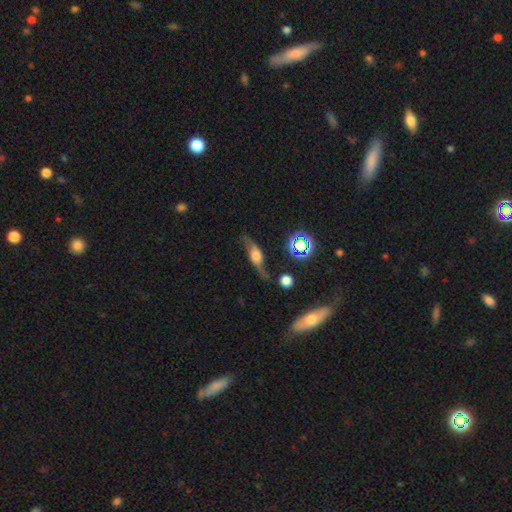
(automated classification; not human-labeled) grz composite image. It shows a featured or disk galaxy (69%). Merging: none (58%).